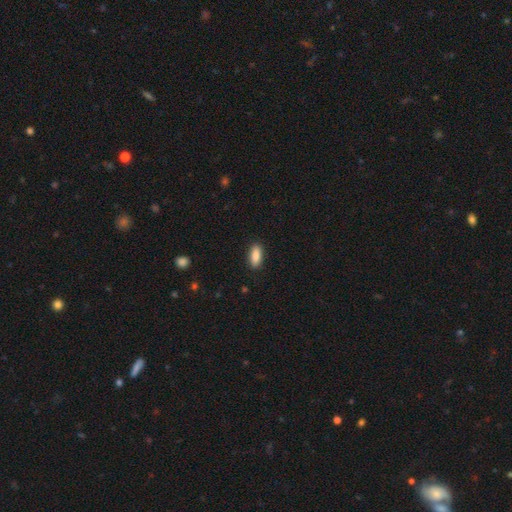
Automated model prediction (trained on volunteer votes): This appears to be a smooth galaxy with no disk features (88%) that is in between round and cigar-shaped (77%). Merging: none (89%).